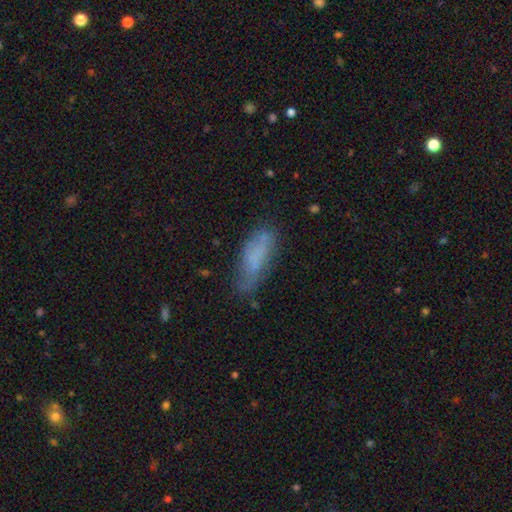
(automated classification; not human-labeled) Q: Smooth or featured?
A: smooth (61%); runner-up: featured or disk (28%)
Q: How rounded?
A: in between (55%); runner-up: cigar-shaped (42%)
Q: Merging?
A: none (58%); runner-up: minor disturbance (27%)